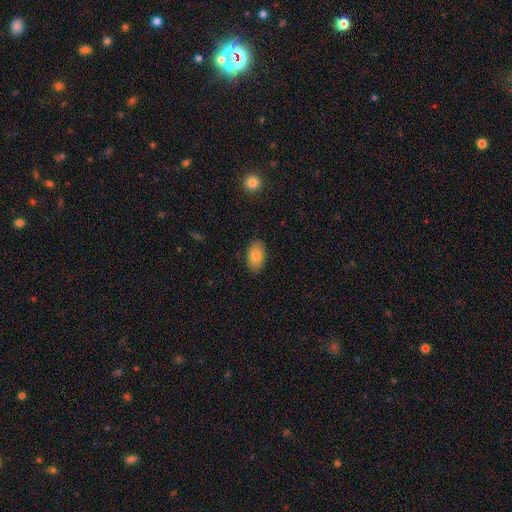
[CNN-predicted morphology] A smooth galaxy with no disk features (79%) that is in between round and cigar-shaped (91%).

Vote fractions:
- Smooth or featured? smooth: 79% / featured or disk: 13% / star or artifact: 7%
- How rounded? in between: 91% / round: 7% / cigar-shaped: 1%
- Merging? none: 87% / minor disturbance: 10% / major disturbance: 2% / merger: 1%